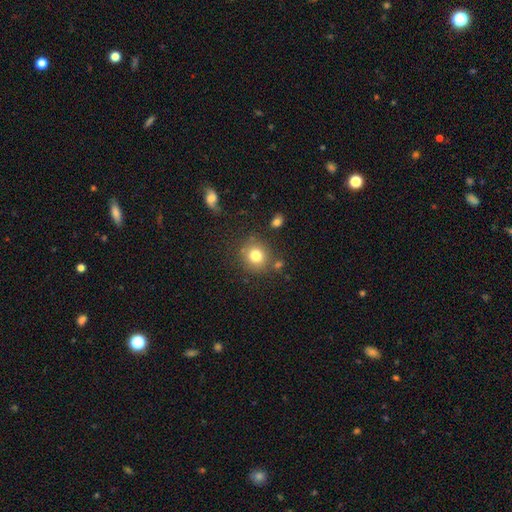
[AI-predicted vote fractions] Smooth or featured? Predicted: smooth (p=0.79). How rounded? Predicted: round (p=0.86). Merging? Predicted: none (p=0.79).